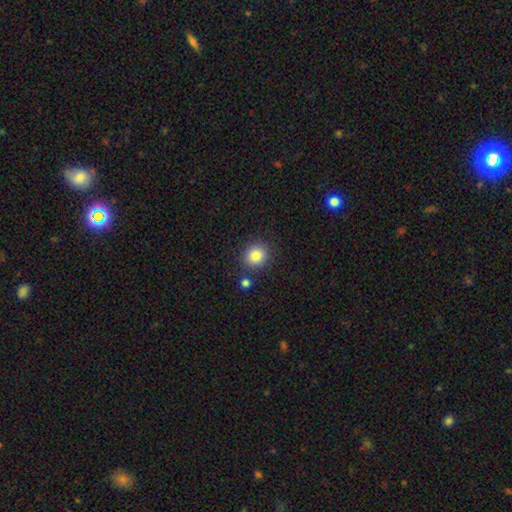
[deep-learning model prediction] This appears to be a smooth galaxy with no disk features (84%) that is round (86%). Merging: none (83%).